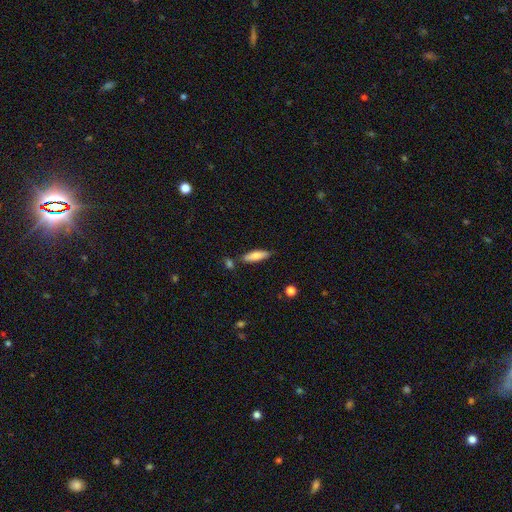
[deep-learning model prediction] smooth 77%, featured or disk 17%, star or artifact 6%. Down the decision tree: how rounded — cigar-shaped (58%); merging — none (77%).